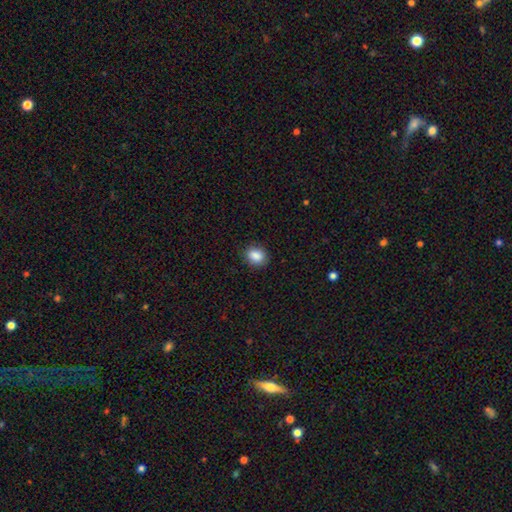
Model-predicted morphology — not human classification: smooth-or-featured: smooth: 88% | star or artifact: 9% | featured or disk: 3%
  how-rounded: round: 51% | in between: 47% | cigar-shaped: 1%
  merging: none: 87% | minor disturbance: 10% | major disturbance: 2% | merger: 1%